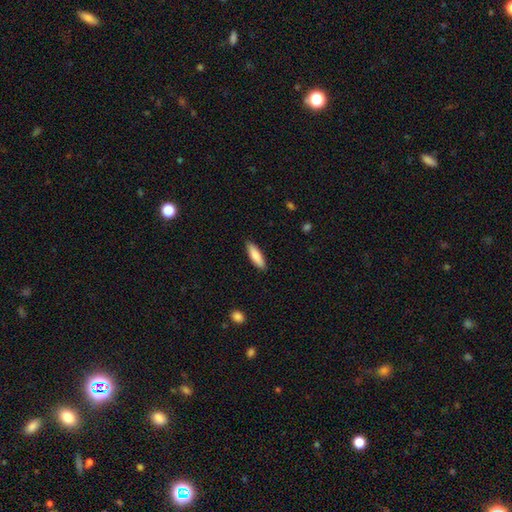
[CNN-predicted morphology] A smooth galaxy with no disk features (84%) that is cigar-shaped (56%).

Vote fractions:
- Smooth or featured? smooth: 84% / featured or disk: 10% / star or artifact: 6%
- How rounded? cigar-shaped: 56% / in between: 42% / round: 2%
- Merging? none: 88% / minor disturbance: 9% / major disturbance: 2% / merger: 1%